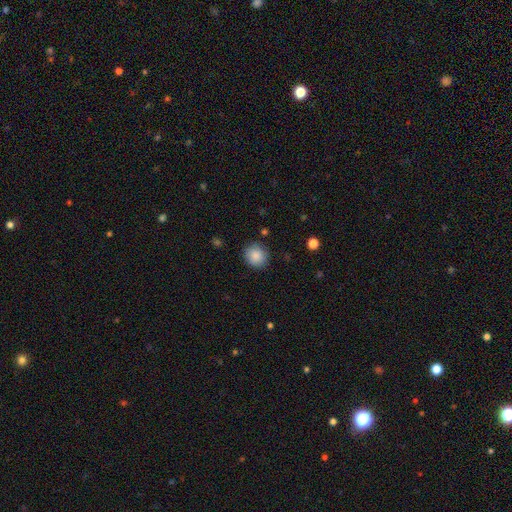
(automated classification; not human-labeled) A smooth galaxy with no disk features (88%) that is round (86%). Merging: none (87%).